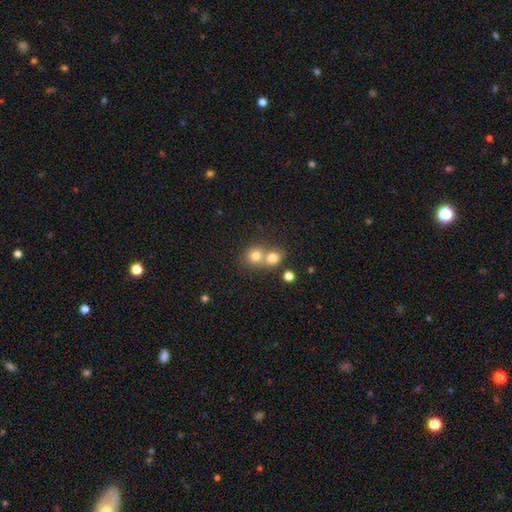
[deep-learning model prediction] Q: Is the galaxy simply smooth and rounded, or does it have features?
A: smooth — 77%.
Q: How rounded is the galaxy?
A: round — 82%.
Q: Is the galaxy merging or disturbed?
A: merger — 57%.